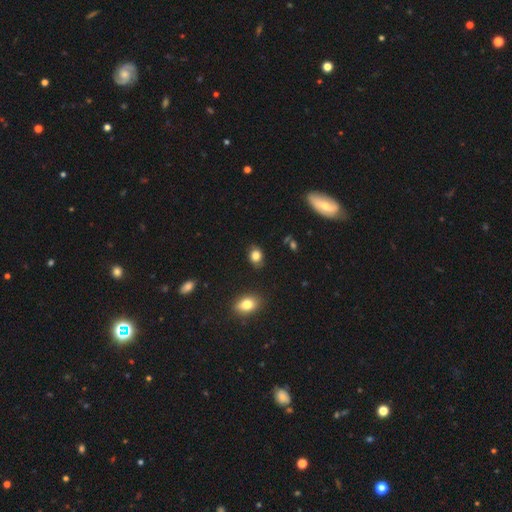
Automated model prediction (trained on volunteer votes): This appears to be a smooth galaxy with no disk features (81%) that is in between round and cigar-shaped (62%). Merging: none (82%).